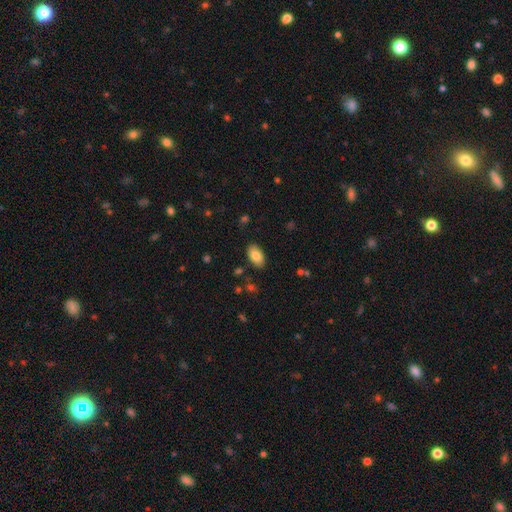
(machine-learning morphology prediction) Overall: smooth (83%). How rounded: in between (94%). Merging: none (86%).